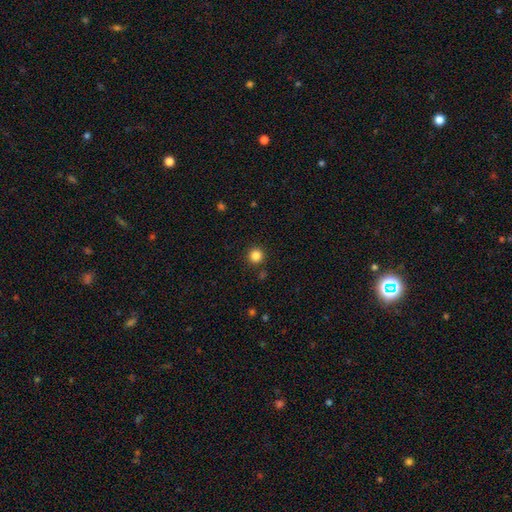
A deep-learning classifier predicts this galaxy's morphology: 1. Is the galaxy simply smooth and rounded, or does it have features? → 84% smooth, 12% star or artifact, 4% featured or disk.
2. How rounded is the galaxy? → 95% round, 4% in between, 1% cigar-shaped.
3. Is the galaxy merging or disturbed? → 90% none, 5% minor disturbance, 2% merger, 2% major disturbance.